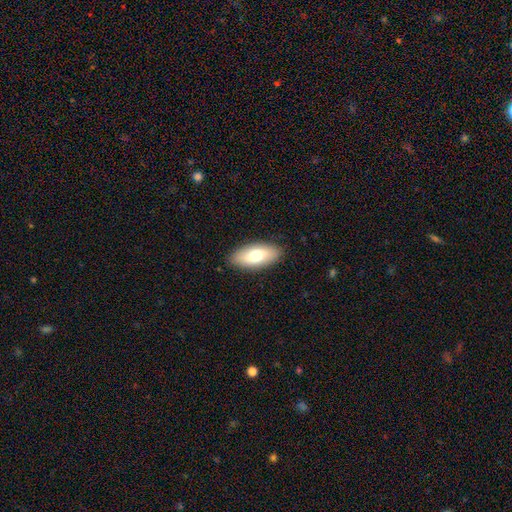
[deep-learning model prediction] smooth 72%, featured or disk 22%, star or artifact 6%. Down the decision tree: how rounded — in between (87%); merging — none (88%).